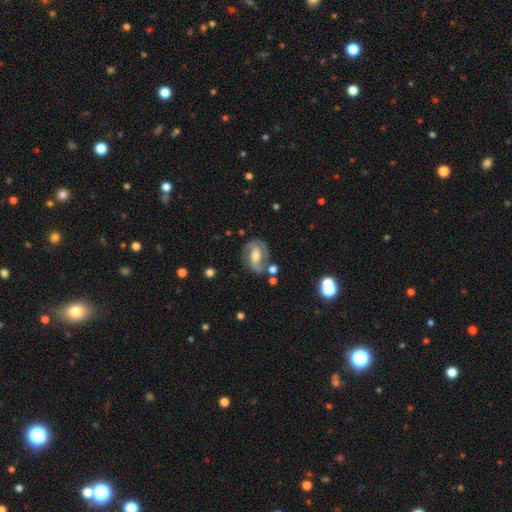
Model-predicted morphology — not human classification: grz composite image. It shows a featured or disk galaxy (79%) with a strong bar (41%), 2 (86%) medium (49%) spiral arms (91%) and a moderate central bulge (64%). Merging: none (71%).